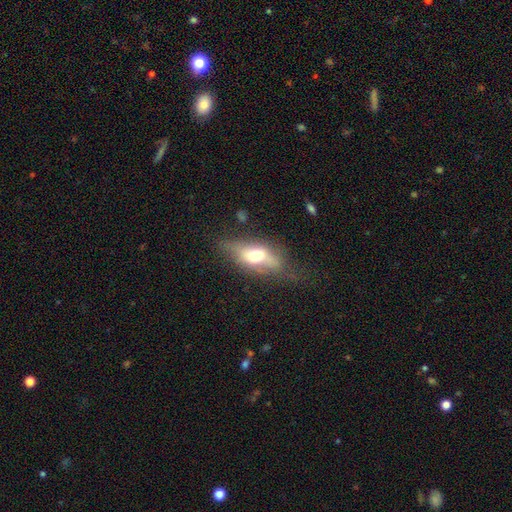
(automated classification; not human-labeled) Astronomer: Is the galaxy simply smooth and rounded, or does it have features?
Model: smooth — 51% (runner-up: featured or disk, 40%).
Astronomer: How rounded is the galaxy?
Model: in between — 77%.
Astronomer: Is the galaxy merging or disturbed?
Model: none — 54%.